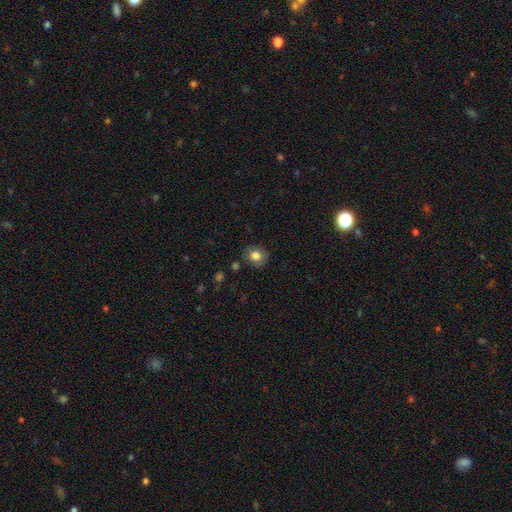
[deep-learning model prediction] The model was most divided on "how rounded": round: 74%, in between: 25%, cigar-shaped: 1%. More confident: merging — none (82%); smooth or featured — smooth (79%).